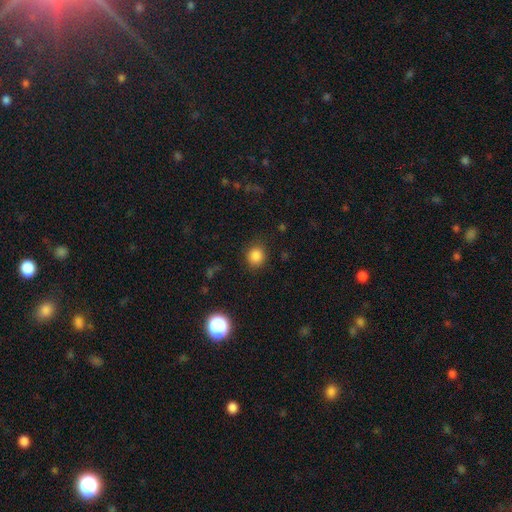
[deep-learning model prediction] Morphology: type=smooth (83%); roundness=round (84%); merging=none (86%).